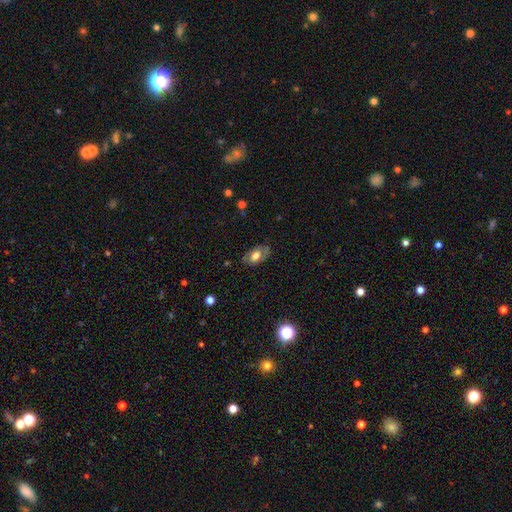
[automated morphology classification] The model was most divided on "smooth or featured": smooth: 56%, featured or disk: 36%, star or artifact: 7%. More confident: how rounded — in between (91%); merging — none (77%).